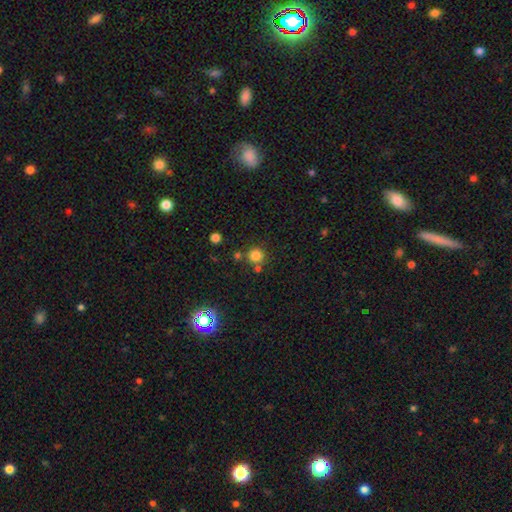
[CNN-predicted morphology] A smooth galaxy with no disk features (80%) that is round (92%). Merging: none (73%).